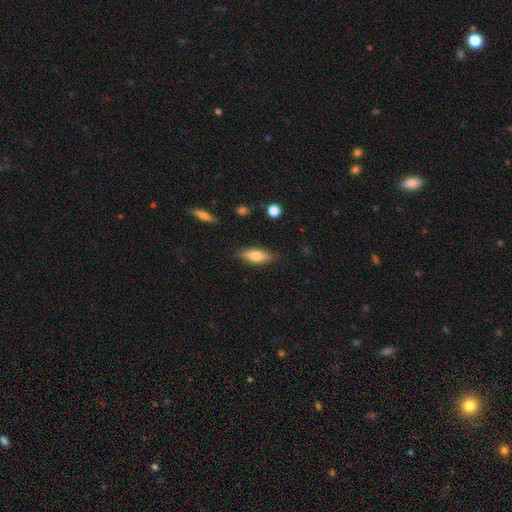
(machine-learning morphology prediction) smooth-or-featured: smooth: 70% | featured or disk: 23% | star or artifact: 7%
  how-rounded: in between: 62% | cigar-shaped: 36% | round: 3%
  merging: none: 83% | minor disturbance: 13% | major disturbance: 3% | merger: 1%